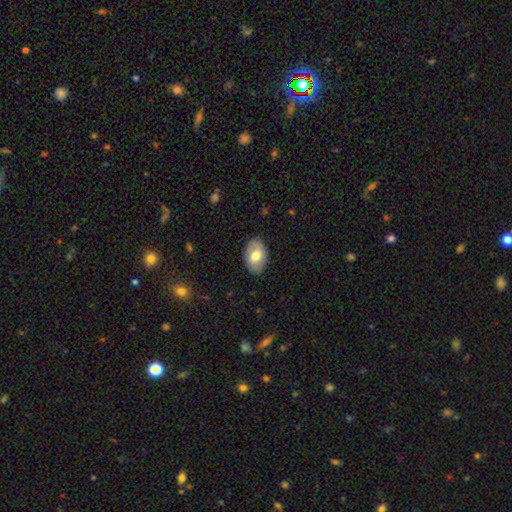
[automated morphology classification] Smooth or featured? smooth (66%)
How rounded? in between (89%)
Merging? none (84%)